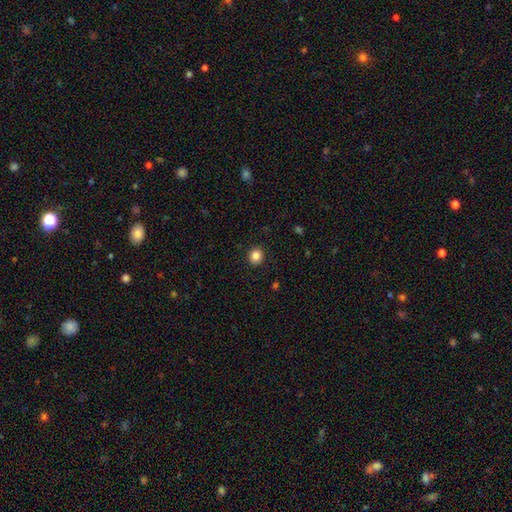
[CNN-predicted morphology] Smooth or featured? smooth (85%)
How rounded? round (80%)
Merging? none (91%)